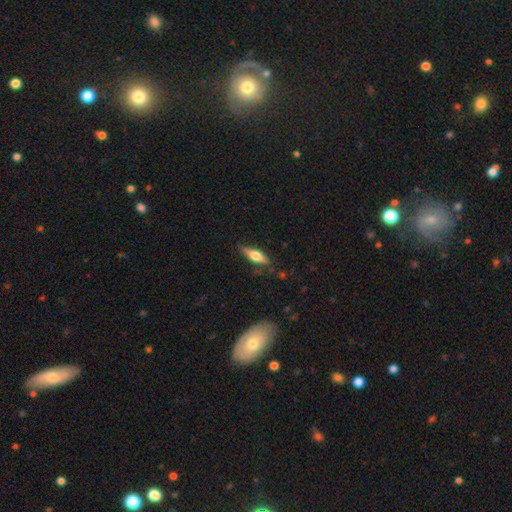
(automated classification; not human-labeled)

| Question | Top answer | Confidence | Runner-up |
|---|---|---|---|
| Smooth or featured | smooth | 53% | featured or disk (41%) |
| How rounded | cigar-shaped | 50% | in between (47%) |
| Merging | none | 78% | minor disturbance (16%) |